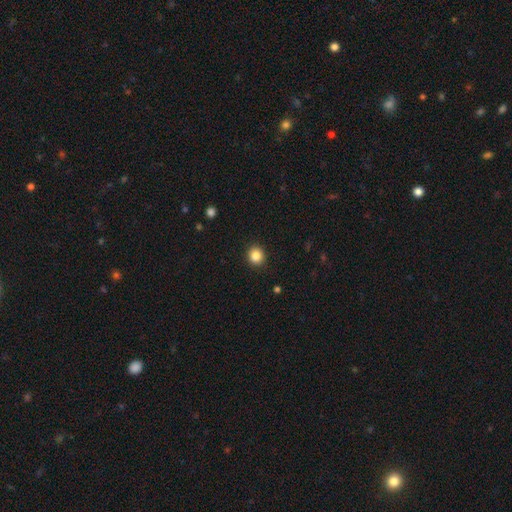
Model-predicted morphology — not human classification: type=smooth (86%); roundness=round (89%); merging=none (91%).